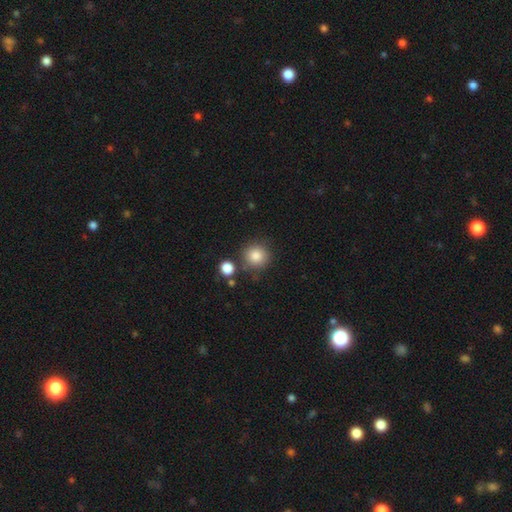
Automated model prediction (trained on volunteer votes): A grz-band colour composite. It shows a smooth galaxy with no disk features (84%) that is round (93%). Merging: none (80%).